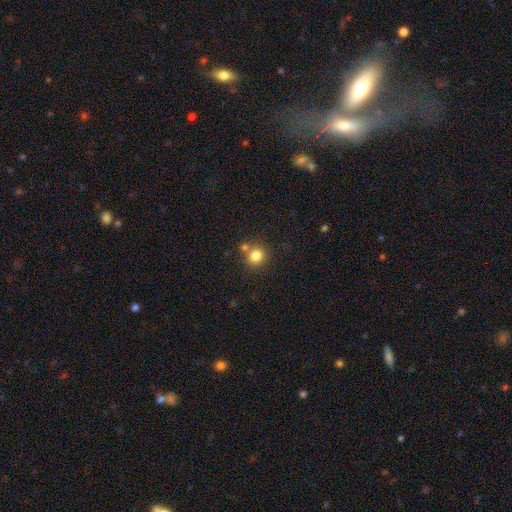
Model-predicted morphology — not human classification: Smooth or featured? Predicted: smooth (p=0.82). How rounded? Predicted: round (p=0.90). Merging? Predicted: none (p=0.69).